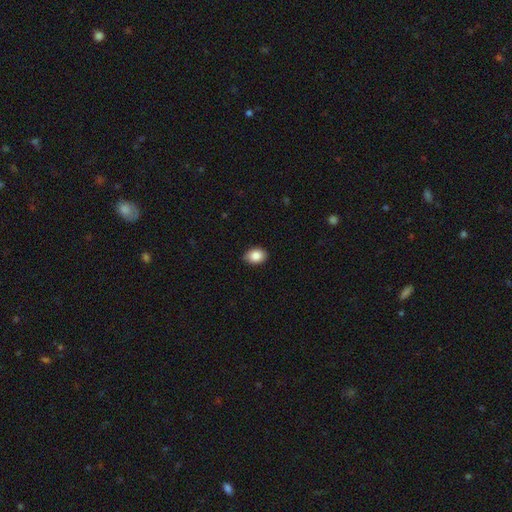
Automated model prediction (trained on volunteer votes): The model was most divided on "how rounded": in between: 73%, round: 26%, cigar-shaped: 1%. More confident: smooth or featured — smooth (87%); merging — none (82%).